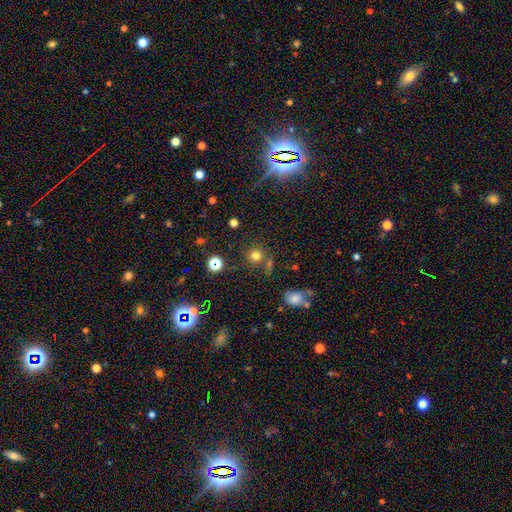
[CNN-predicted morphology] This is likely a smooth galaxy (73%). How rounded: clearly round (91%). Merging: likely none (73%).